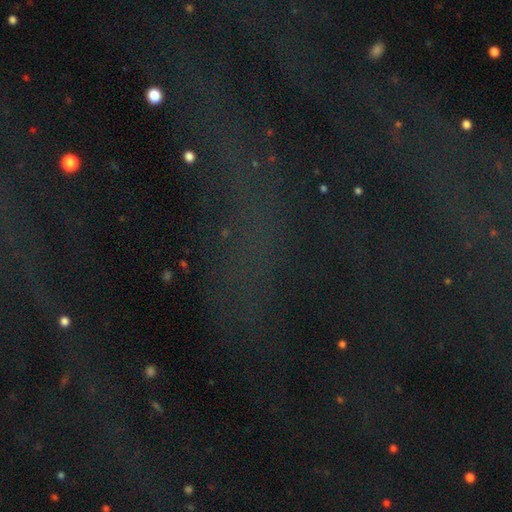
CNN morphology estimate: Smooth or featured: star or artifact — 76% (smooth — 12%)